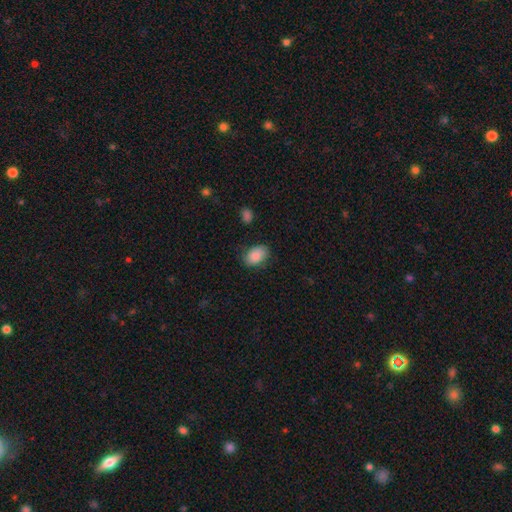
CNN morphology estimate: Overall: smooth (87%). How rounded: in between (86%). Merging: none (78%).